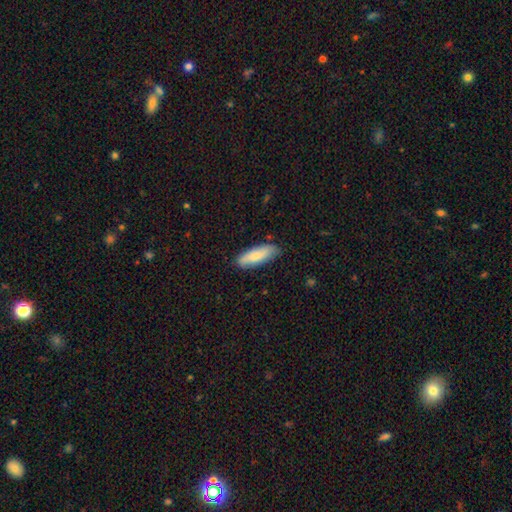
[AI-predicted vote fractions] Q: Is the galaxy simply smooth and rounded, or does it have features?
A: smooth — 78%.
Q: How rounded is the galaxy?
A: in between — 60%.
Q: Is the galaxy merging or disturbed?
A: none — 81%.